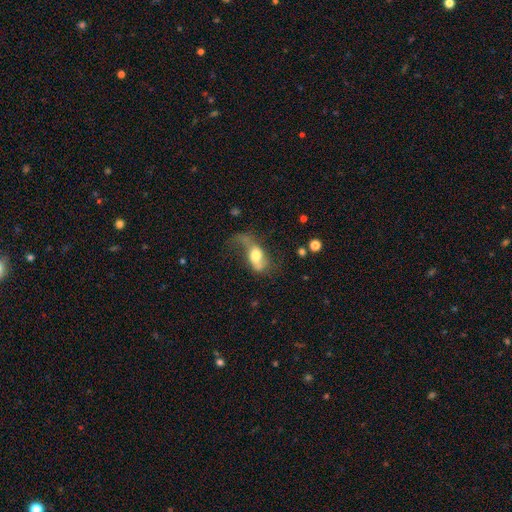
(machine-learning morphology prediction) smooth_or_featured: featured or disk (p=0.46) [alt: smooth p=0.45]
merging: major disturbance (p=0.47) [alt: none p=0.26]